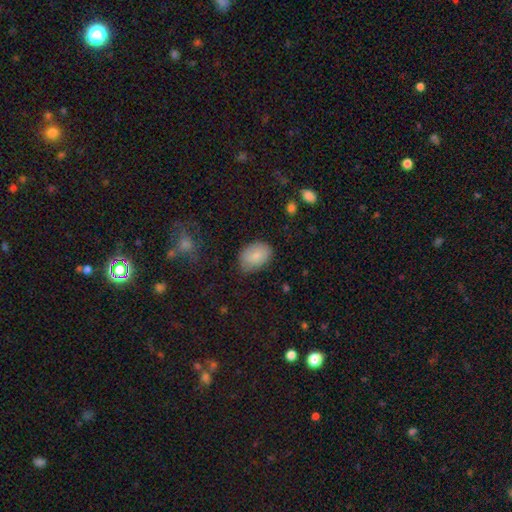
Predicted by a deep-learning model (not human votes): This appears to be a smooth galaxy with no disk features (81%) that is in between round and cigar-shaped (80%). Merging: none (74%).